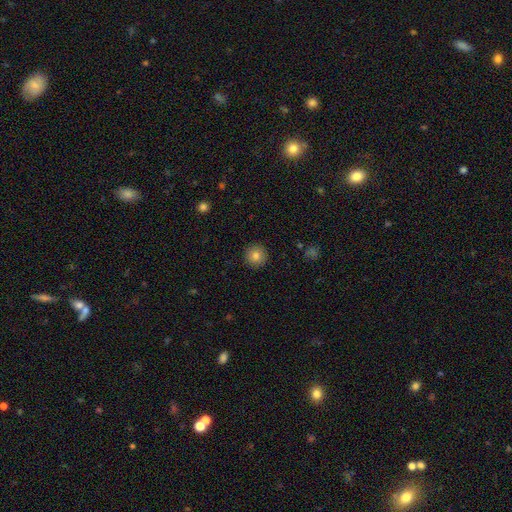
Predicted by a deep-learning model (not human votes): smooth 83%, star or artifact 10%, featured or disk 8%. Down the decision tree: how rounded — round (95%); merging — none (92%).